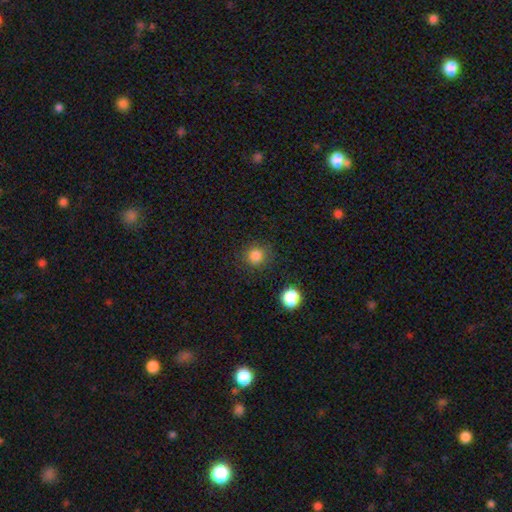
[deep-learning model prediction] Smooth or featured?
  - smooth: 84% *
  - star or artifact: 12%
  - featured or disk: 4%
How rounded?
  - round: 85% *
  - in between: 14%
  - cigar-shaped: 1%
Merging?
  - none: 84% *
  - minor disturbance: 10%
  - major disturbance: 4%
  - merger: 2%